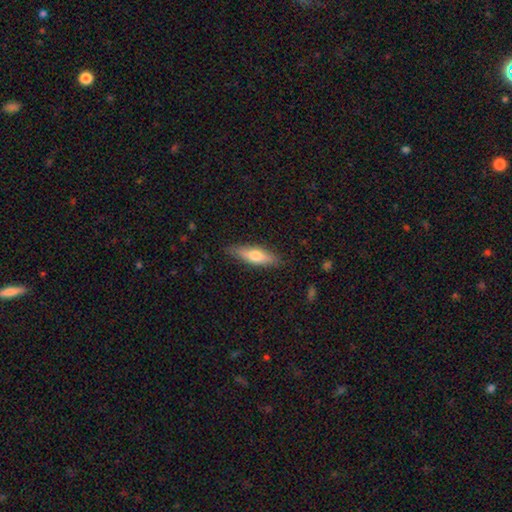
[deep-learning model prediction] Overall: smooth (61%; featured or disk 33%). How rounded: cigar-shaped (53%; in between 45%). Merging: none (83%).